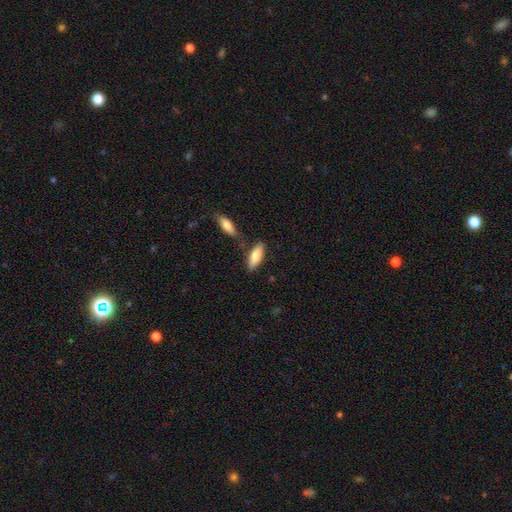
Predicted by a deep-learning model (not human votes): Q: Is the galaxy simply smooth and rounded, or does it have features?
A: smooth — 76%.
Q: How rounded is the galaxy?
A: in between — 63%.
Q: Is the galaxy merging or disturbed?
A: none — 73%.